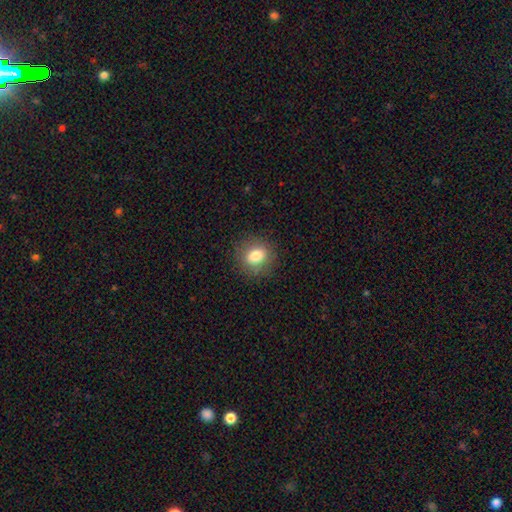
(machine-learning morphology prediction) A smooth galaxy with no disk features (79%) that is round (63%). Merging: none (84%).